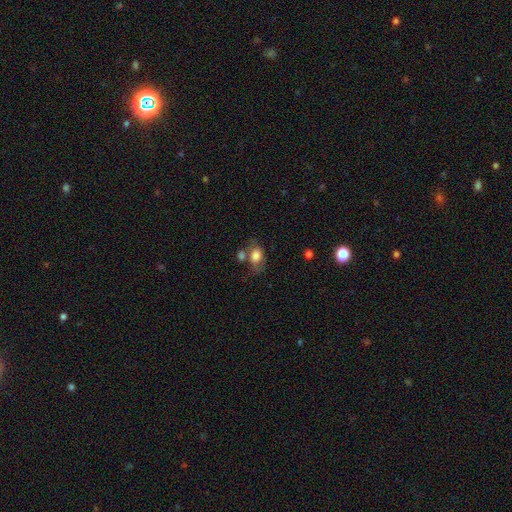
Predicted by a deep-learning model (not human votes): Q: Smooth or featured?
A: smooth (73%); runner-up: featured or disk (18%)
Q: How rounded?
A: in between (76%); runner-up: round (22%)
Q: Merging?
A: none (44%); runner-up: merger (23%)